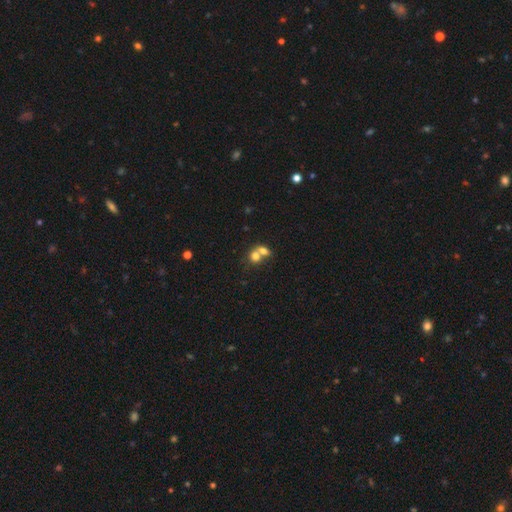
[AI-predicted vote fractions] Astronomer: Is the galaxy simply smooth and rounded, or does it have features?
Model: smooth — 74%.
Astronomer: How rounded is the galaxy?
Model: round — 56% (runner-up: in between, 42%).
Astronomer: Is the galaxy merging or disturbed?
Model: merger — 66%.